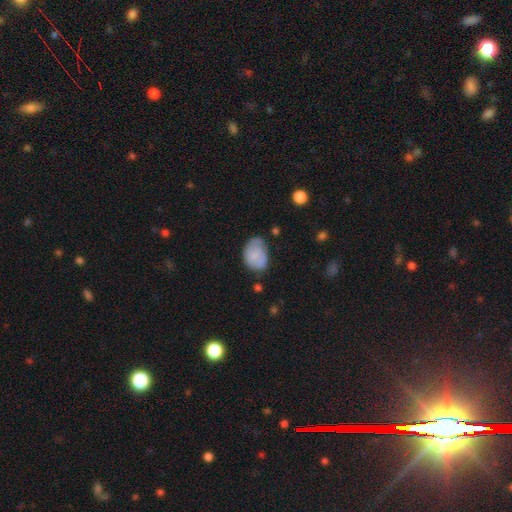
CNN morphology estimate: Smooth or featured? Predicted: smooth (p=0.71). How rounded? Predicted: in between (p=0.78). Merging? Predicted: none (p=0.50).